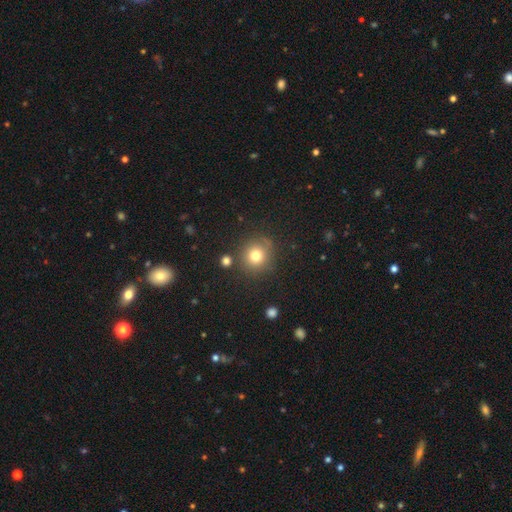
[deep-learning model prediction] Smooth or featured? smooth (76%)
How rounded? round (90%)
Merging? none (81%)